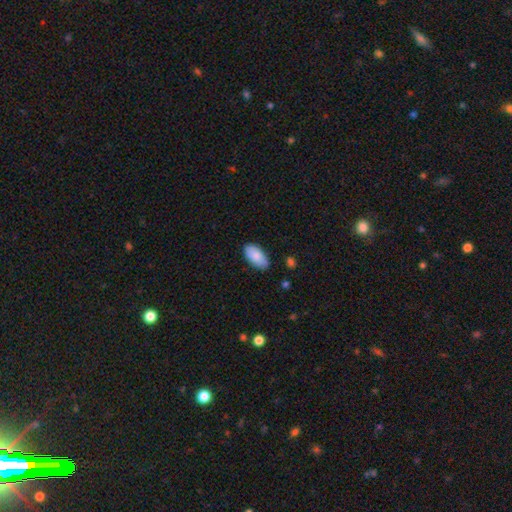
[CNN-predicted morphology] Smooth or featured: smooth — 86% (featured or disk — 8%)
How rounded: in between — 94% (cigar-shaped — 3%)
Merging: none — 85% (minor disturbance — 12%)